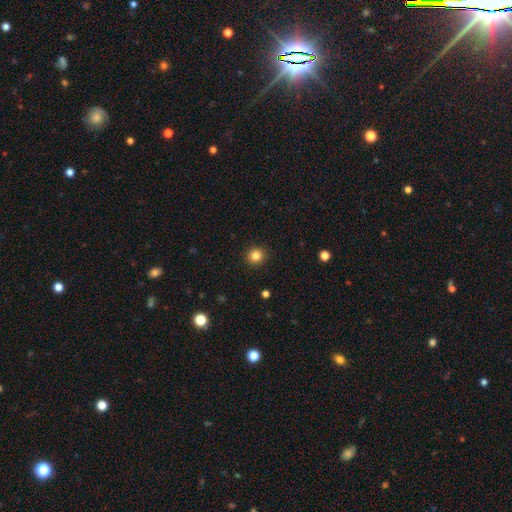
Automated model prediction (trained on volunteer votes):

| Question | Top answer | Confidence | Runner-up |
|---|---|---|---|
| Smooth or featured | smooth | 84% | star or artifact (12%) |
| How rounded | round | 93% | in between (6%) |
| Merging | none | 92% | minor disturbance (5%) |